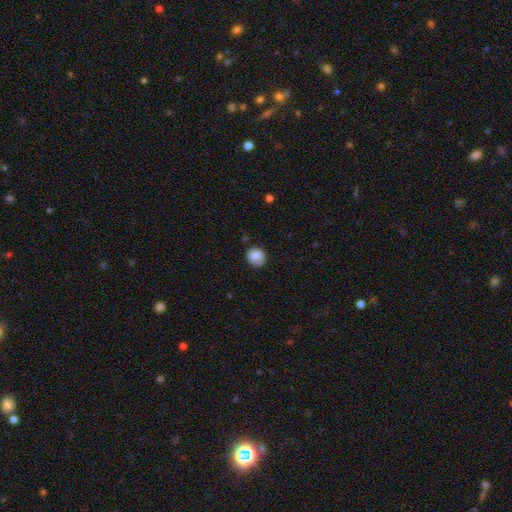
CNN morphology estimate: type=smooth (84%); roundness=round (83%); merging=none (78%).